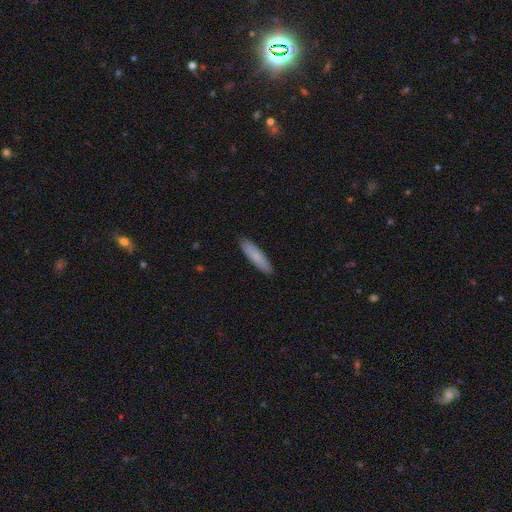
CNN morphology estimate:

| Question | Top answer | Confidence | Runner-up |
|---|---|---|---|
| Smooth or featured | smooth | 82% | featured or disk (13%) |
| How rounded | cigar-shaped | 77% | in between (21%) |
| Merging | none | 90% | minor disturbance (7%) |